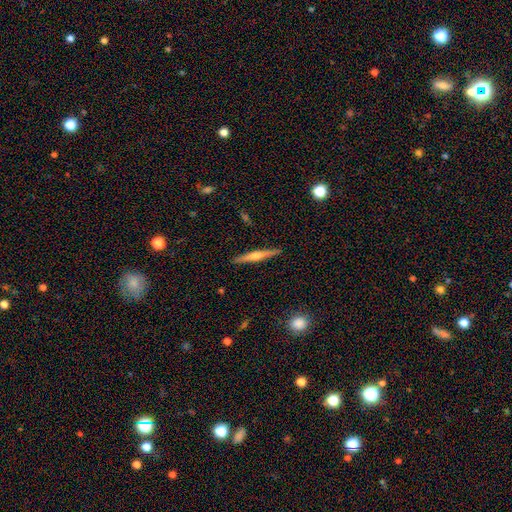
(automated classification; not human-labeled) Overall: featured or disk (67%). Edge-on disk: yes (98%). Edge-on bulge: rounded (84%). Merging: none (91%).